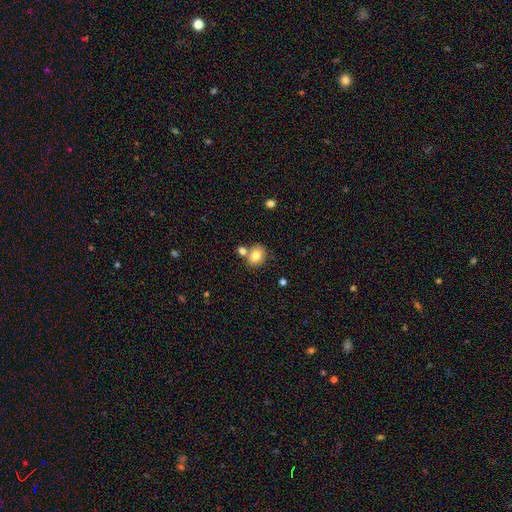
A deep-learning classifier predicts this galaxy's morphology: Overall: smooth (78%). How rounded: round (57%; in between 42%). Merging: none (62%; merger 24%).